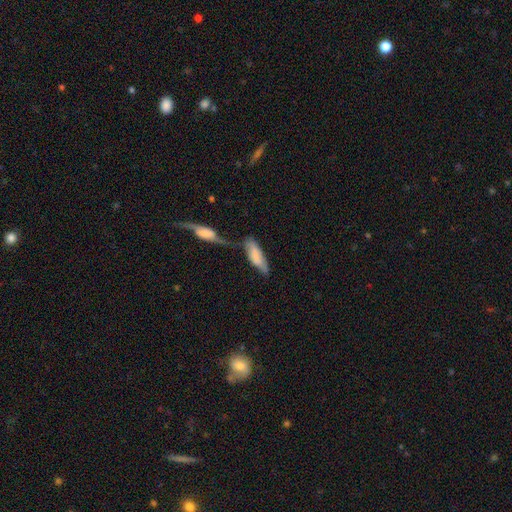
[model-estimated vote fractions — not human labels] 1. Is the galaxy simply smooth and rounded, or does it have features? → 72% smooth, 21% featured or disk, 7% star or artifact.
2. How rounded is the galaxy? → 61% in between, 37% cigar-shaped, 2% round.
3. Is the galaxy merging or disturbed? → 44% merger, 25% none, 19% minor disturbance, 12% major disturbance.